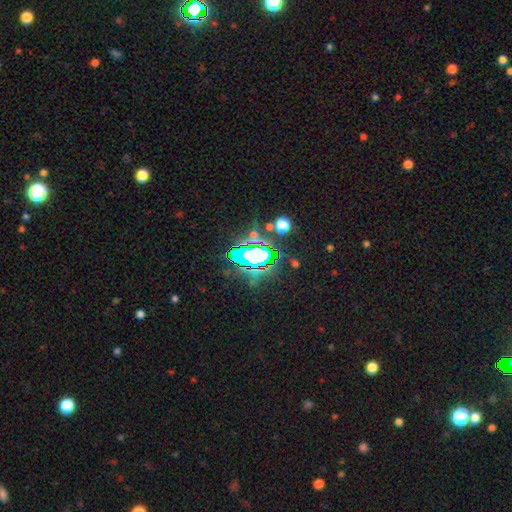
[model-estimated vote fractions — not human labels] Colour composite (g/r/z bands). It shows a star or artifact, not a galaxy (63%).